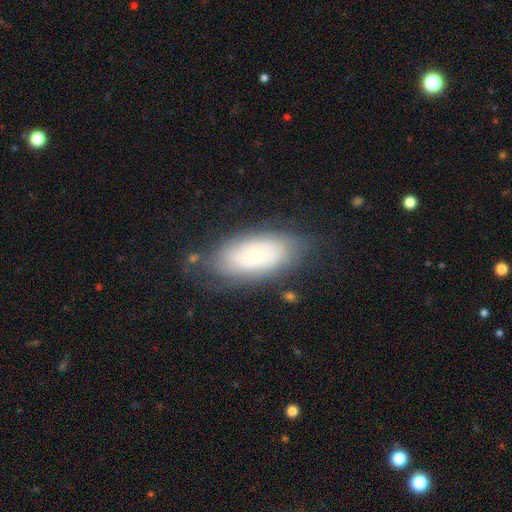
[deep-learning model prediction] Q: Smooth or featured?
A: featured or disk (52%); runner-up: smooth (40%)
Q: Edge-on disk?
A: no (90%); runner-up: yes (10%)
Q: Merging?
A: none (70%); runner-up: minor disturbance (20%)